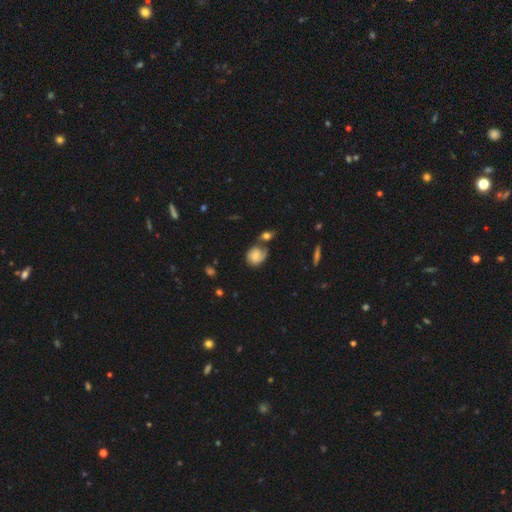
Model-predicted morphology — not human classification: type=featured or disk (50%); merging=none (51%).